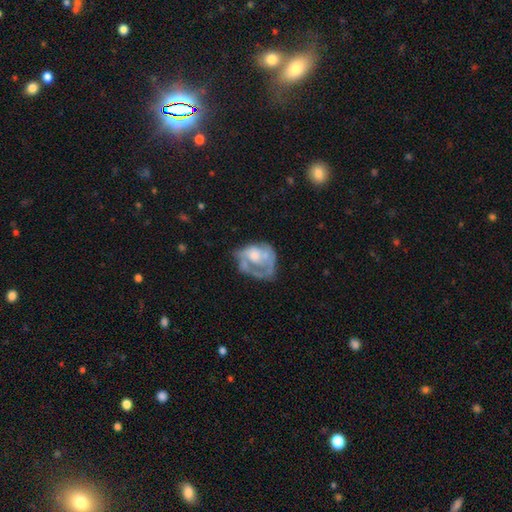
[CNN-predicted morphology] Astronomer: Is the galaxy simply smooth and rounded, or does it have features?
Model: featured or disk — 61%.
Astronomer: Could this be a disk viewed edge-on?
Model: no — 98%.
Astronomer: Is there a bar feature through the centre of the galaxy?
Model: no — 83%.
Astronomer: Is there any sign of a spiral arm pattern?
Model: no — 60% (runner-up: yes, 40%).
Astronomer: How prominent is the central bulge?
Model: moderate — 42% (runner-up: small, 20%).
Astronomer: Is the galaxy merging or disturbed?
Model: major disturbance — 38% (runner-up: none, 32%).